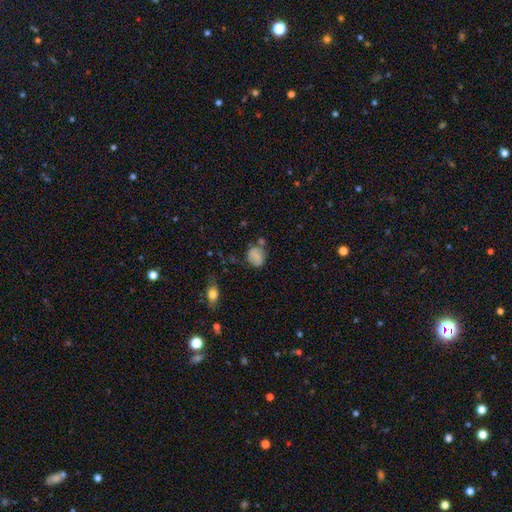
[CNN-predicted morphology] smooth_or_featured: smooth (p=0.71) [alt: featured or disk p=0.19]
how_rounded: round (p=0.64) [alt: in between p=0.35]
merging: none (p=0.58) [alt: minor disturbance p=0.23]